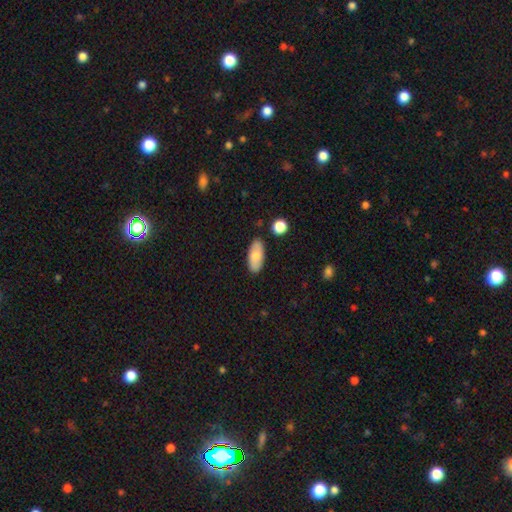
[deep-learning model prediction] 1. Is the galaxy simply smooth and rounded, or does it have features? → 69% smooth, 24% featured or disk, 7% star or artifact.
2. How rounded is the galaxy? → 88% in between, 9% cigar-shaped, 3% round.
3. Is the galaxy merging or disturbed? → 86% none, 10% minor disturbance, 2% merger, 2% major disturbance.